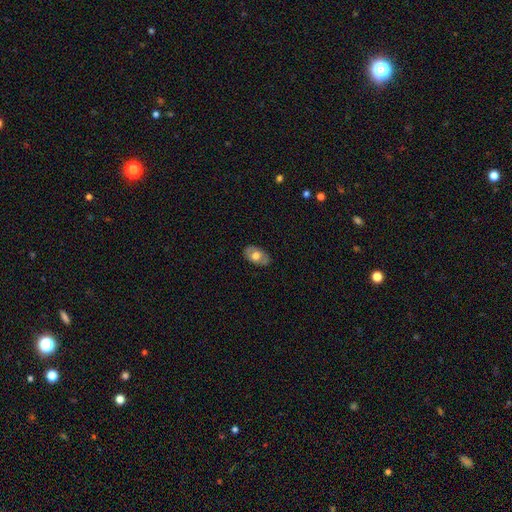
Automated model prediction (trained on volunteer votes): The model was most divided on "smooth or featured": smooth: 59%, featured or disk: 34%, star or artifact: 7%. More confident: how rounded — in between (90%); merging — none (80%).